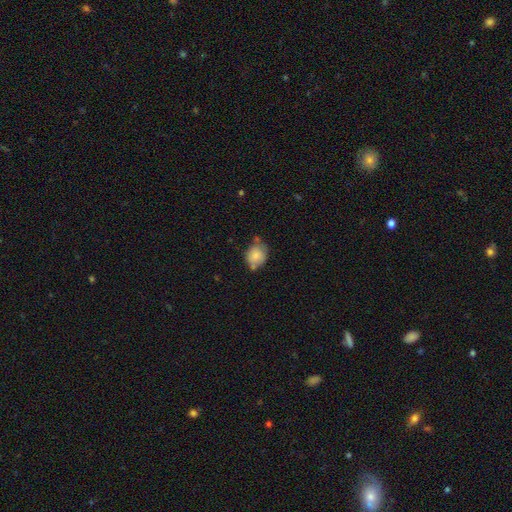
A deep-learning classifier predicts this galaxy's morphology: Q: Smooth or featured?
A: smooth (81%); runner-up: featured or disk (11%)
Q: How rounded?
A: round (60%); runner-up: in between (39%)
Q: Merging?
A: none (55%); runner-up: minor disturbance (25%)